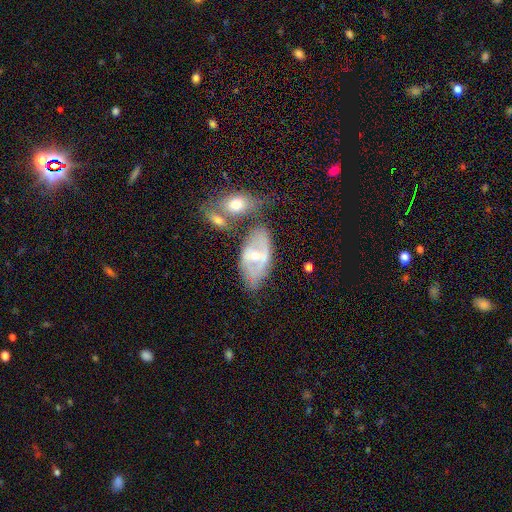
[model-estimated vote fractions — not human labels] A featured or disk galaxy (67%) with a weak bar (41%), spiral arms (60%) and a small central bulge (48%, tied with moderate). Merging: none (45%).